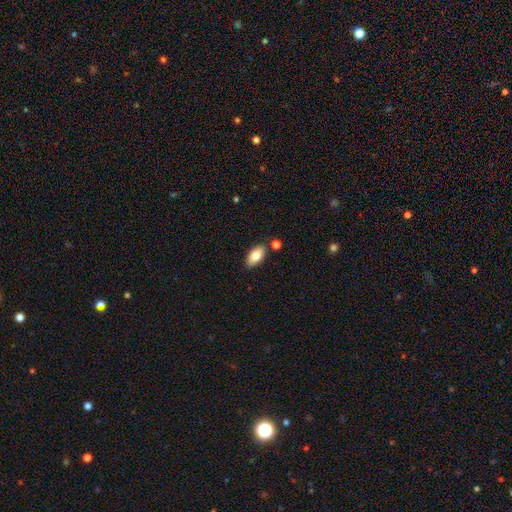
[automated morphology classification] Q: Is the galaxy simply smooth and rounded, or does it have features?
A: smooth — 81%.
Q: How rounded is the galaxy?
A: in between — 93%.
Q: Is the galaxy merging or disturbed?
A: none — 82%.